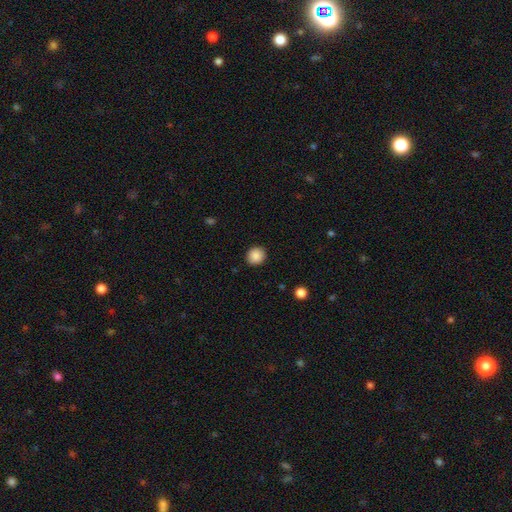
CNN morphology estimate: smooth_or_featured: smooth (p=0.89) [alt: star or artifact p=0.09]
how_rounded: round (p=0.89) [alt: in between p=0.10]
merging: none (p=0.91) [alt: minor disturbance p=0.06]